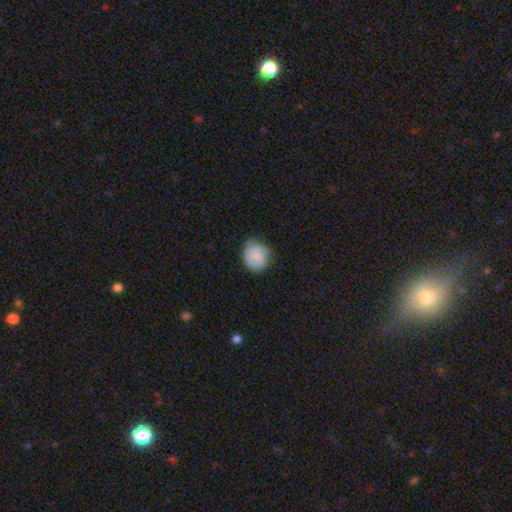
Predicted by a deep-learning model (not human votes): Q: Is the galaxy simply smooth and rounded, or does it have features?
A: smooth — 81%.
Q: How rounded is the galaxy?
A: round — 82%.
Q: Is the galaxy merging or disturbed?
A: none — 65%.